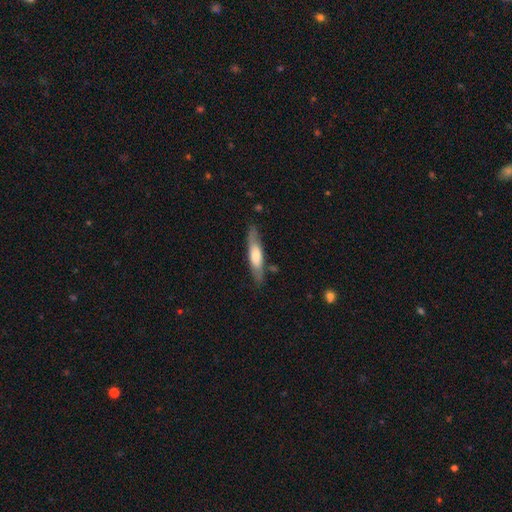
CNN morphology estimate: smooth_or_featured: smooth (p=0.54) [alt: featured or disk p=0.41]
how_rounded: cigar-shaped (p=0.73) [alt: in between p=0.26]
merging: none (p=0.78) [alt: minor disturbance p=0.16]